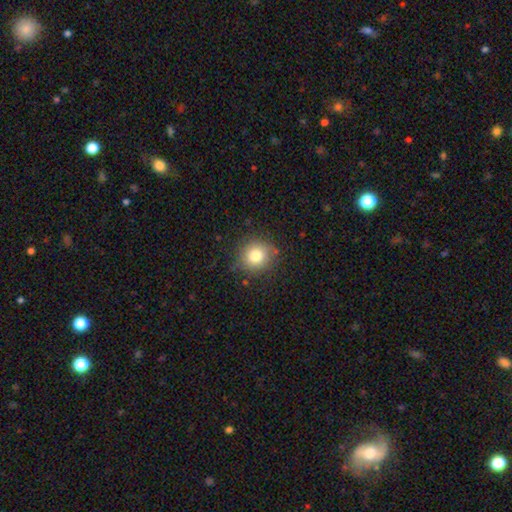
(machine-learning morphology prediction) Smooth or featured? smooth (78%)
How rounded? round (87%)
Merging? none (83%)